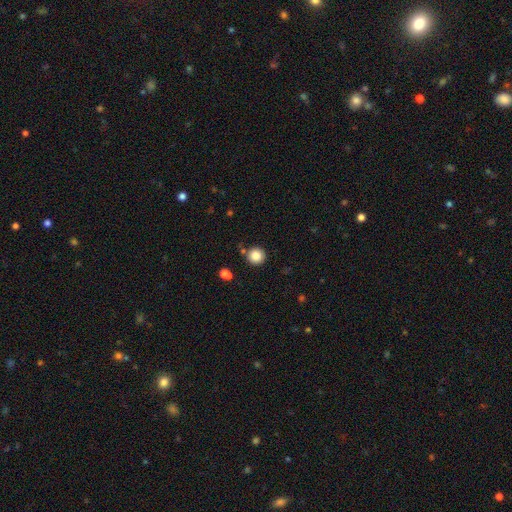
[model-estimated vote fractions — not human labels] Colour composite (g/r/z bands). It shows a smooth galaxy with no disk features (85%) that is round (95%). Merging: none (85%).